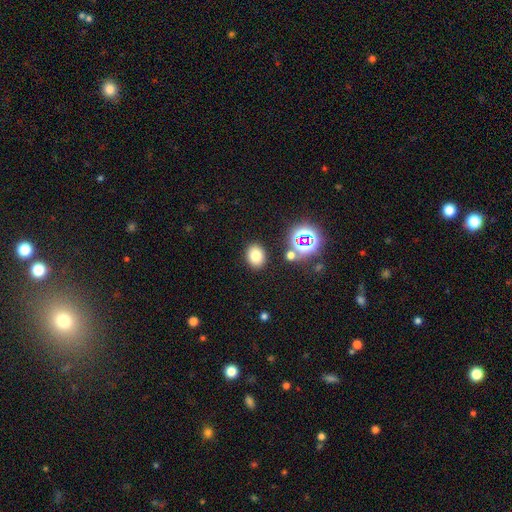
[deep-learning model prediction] smooth 76%, star or artifact 16%, featured or disk 8%. Down the decision tree: how rounded — in between (56%); merging — none (87%).